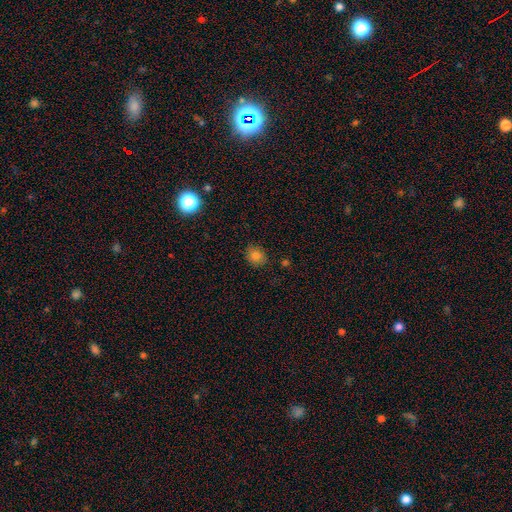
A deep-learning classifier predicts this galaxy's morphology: smooth_or_featured: smooth (p=0.80) [alt: star or artifact p=0.13]
how_rounded: round (p=0.64) [alt: in between p=0.35]
merging: none (p=0.85) [alt: minor disturbance p=0.12]